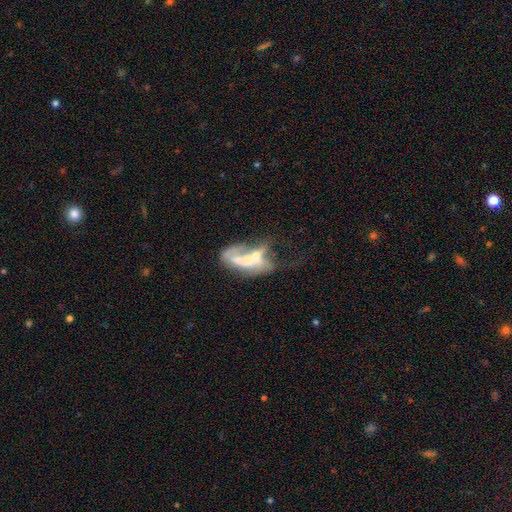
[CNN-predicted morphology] Smooth or featured? featured or disk (61%)
Edge-on disk? no (93%)
Bar? no (77%)
Spiral arms? no (75%)
Bulge size? moderate (45%)
Merging? merger (55%)